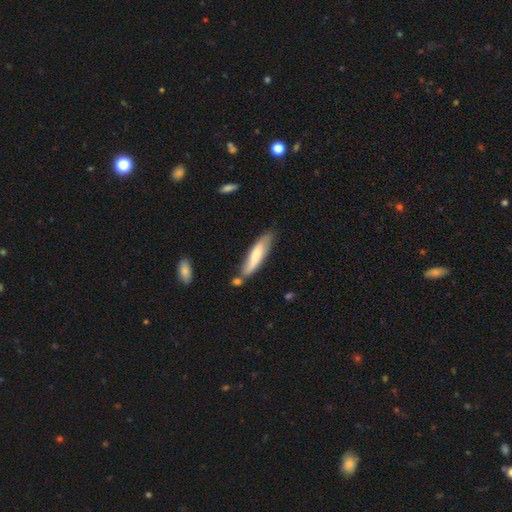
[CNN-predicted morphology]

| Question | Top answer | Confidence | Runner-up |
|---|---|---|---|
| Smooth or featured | smooth | 68% | featured or disk (26%) |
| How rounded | cigar-shaped | 76% | in between (23%) |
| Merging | none | 61% | minor disturbance (23%) |